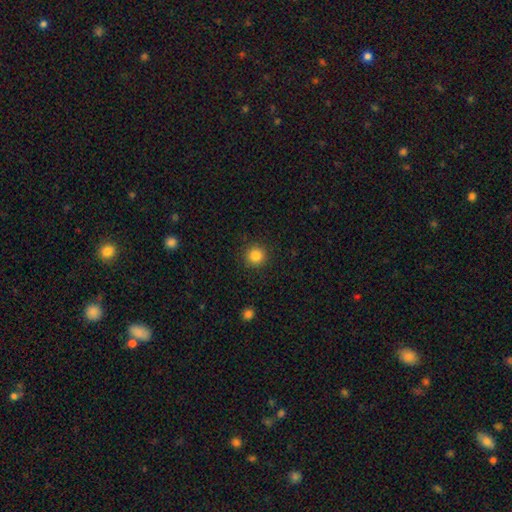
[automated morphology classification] This appears to be a smooth galaxy with no disk features (85%) that is round (93%). Merging: none (91%).